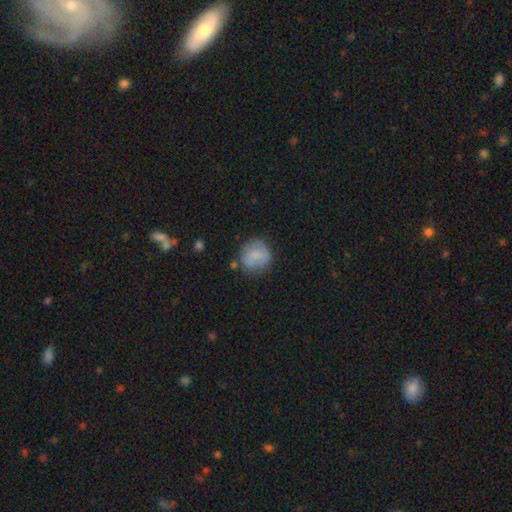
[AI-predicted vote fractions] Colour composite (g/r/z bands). It shows a smooth galaxy with no disk features (67%) that is round (85%). Merging: none (66%).